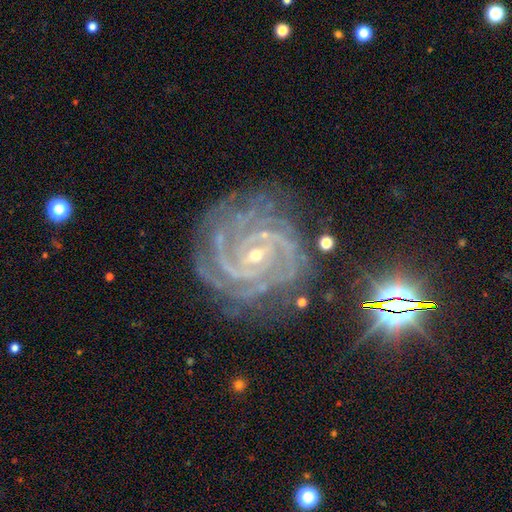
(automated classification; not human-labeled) A featured or disk galaxy (92%) with a weak bar (43%), 3 (25%, tied with 4) tight (76%) spiral arms (99%) and a small central bulge (71%).

Vote fractions:
- Smooth or featured? featured or disk: 92% / star or artifact: 5% / smooth: 3%
- Edge-on disk? no: 98% / yes: 2%
- Bar? weak: 43% / no: 34% / strong: 24%
- Spiral arms? yes: 99% / no: 1%
- Spiral winding? tight: 76% / medium: 21% / loose: 2%
- Spiral arm count? 3: 25% (tied) / 4: 25% (tied) / 2: 17% / can't tell: 14% / more than 4: 12% / 1: 7%
- Bulge size? small: 71% / moderate: 26% / none: 1% / large: 1% / dominant: 1%
- Merging? none: 73% / minor disturbance: 18% / major disturbance: 7% / merger: 2%